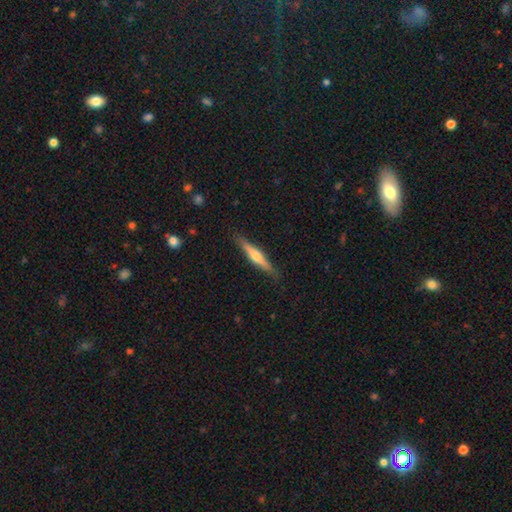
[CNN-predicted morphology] type=featured or disk (54%); edge-on=yes (96%); edge-on bulge=rounded (79%); merging=none (87%).